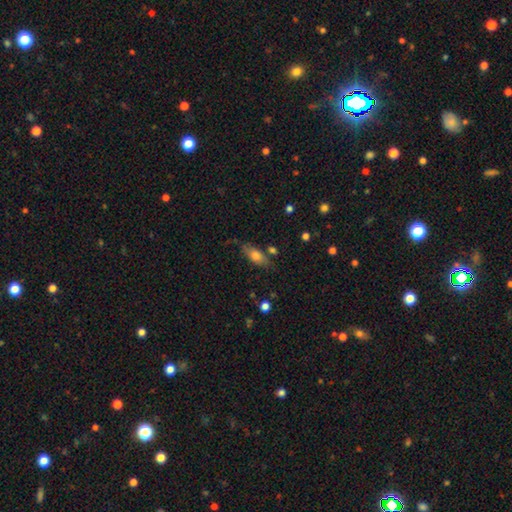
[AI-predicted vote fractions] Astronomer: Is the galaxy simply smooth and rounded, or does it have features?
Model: smooth — 73%.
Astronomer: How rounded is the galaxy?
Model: in between — 79%.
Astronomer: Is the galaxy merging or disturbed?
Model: none — 70%.